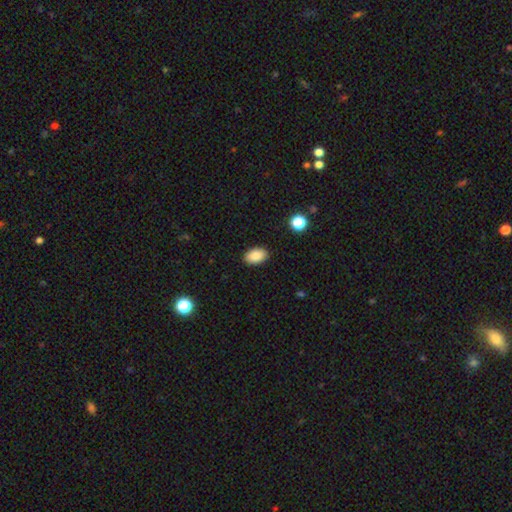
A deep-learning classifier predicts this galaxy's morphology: A smooth galaxy with no disk features (88%) that is in between round and cigar-shaped (90%). Merging: none (89%).